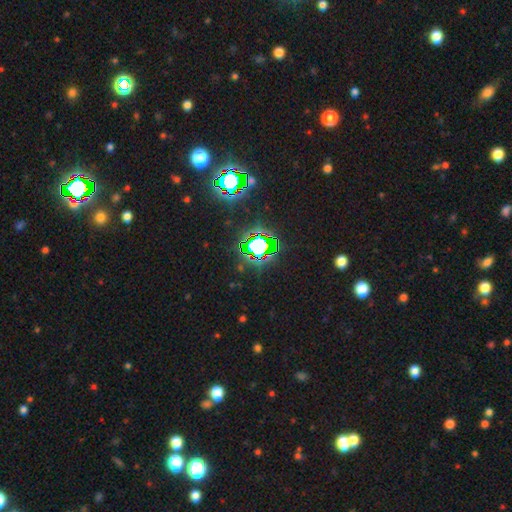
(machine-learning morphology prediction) smooth-or-featured: star or artifact: 78% | smooth: 13% | featured or disk: 9%